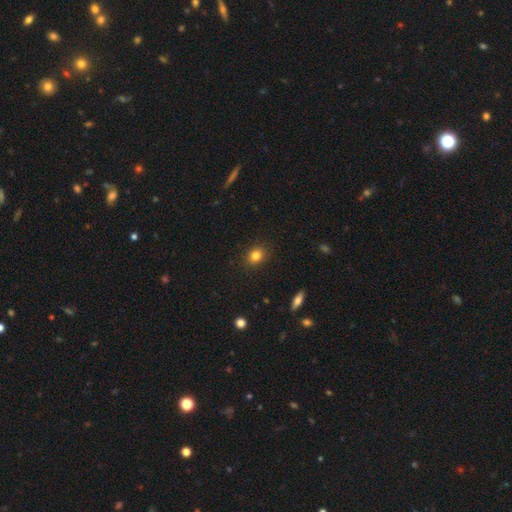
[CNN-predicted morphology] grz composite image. It shows a smooth galaxy with no disk features (82%) that is round (62%). Merging: none (89%).